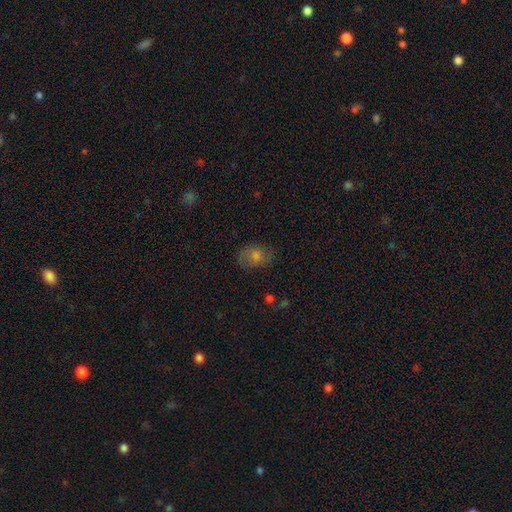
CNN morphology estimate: smooth-or-featured: smooth: 52% | featured or disk: 29% | star or artifact: 19%
  how-rounded: in between: 59% | round: 40% | cigar-shaped: 1%
  merging: none: 77% | minor disturbance: 16% | major disturbance: 6% | merger: 1%